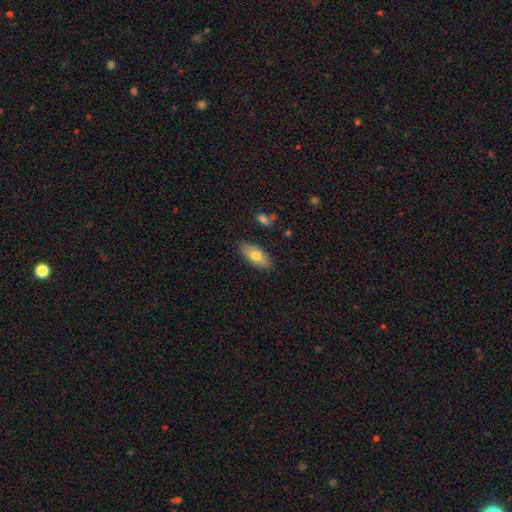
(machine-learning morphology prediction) smooth_or_featured: smooth (p=0.76) [alt: featured or disk p=0.18]
how_rounded: in between (p=0.89) [alt: cigar-shaped p=0.08]
merging: none (p=0.85) [alt: minor disturbance p=0.11]